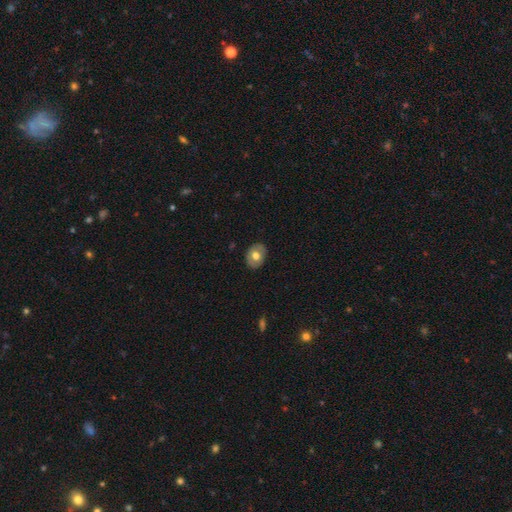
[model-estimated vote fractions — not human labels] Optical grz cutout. It shows a smooth galaxy with no disk features (60%) that is in between round and cigar-shaped (61%). Merging: none (85%).